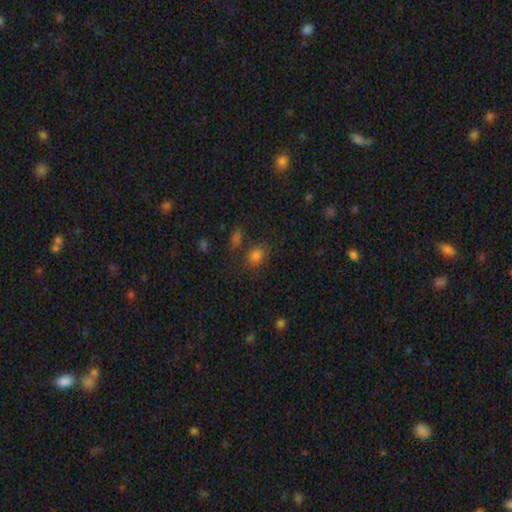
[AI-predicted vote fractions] Q: Smooth or featured?
A: smooth (76%); runner-up: star or artifact (18%)
Q: How rounded?
A: in between (59%); runner-up: round (40%)
Q: Merging?
A: none (66%); runner-up: minor disturbance (15%)